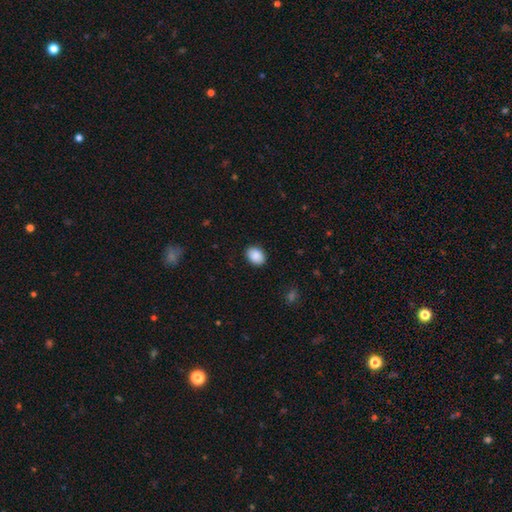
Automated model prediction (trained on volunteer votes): smooth-or-featured: smooth: 90% | star or artifact: 7% | featured or disk: 3%
  how-rounded: in between: 68% | round: 32% | cigar-shaped: 1%
  merging: none: 89% | minor disturbance: 8% | major disturbance: 2% | merger: 1%